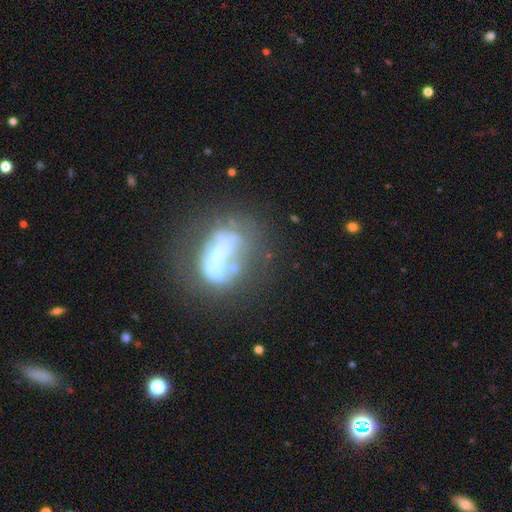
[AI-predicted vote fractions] featured or disk 50%, smooth 29%, star or artifact 20%. Down the decision tree: edge-on disk — no (76%); merging — none (51%).